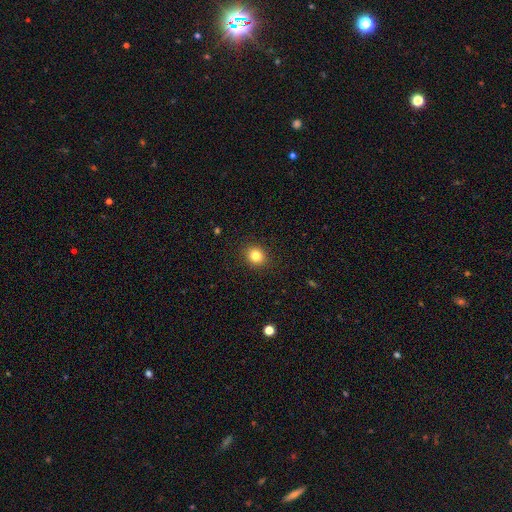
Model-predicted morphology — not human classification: Overall: smooth (82%). How rounded: round (76%). Merging: none (91%).